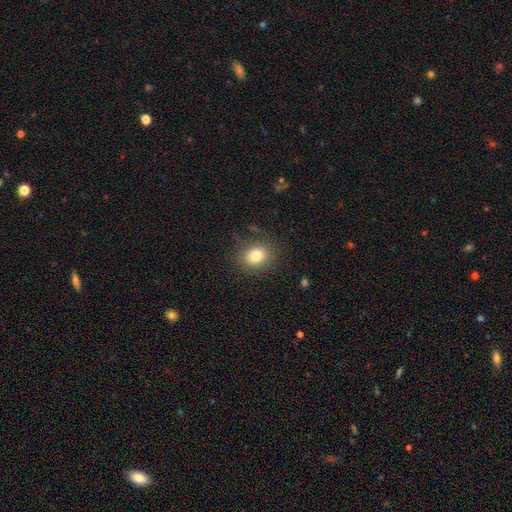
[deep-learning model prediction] Smooth or featured? smooth (80%)
How rounded? round (57%)
Merging? none (83%)